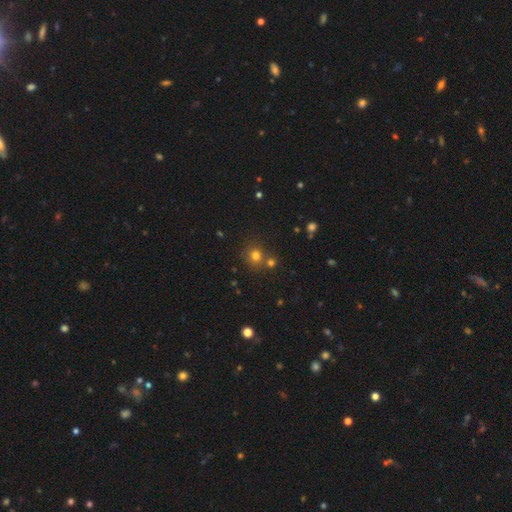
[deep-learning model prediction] A smooth galaxy with no disk features (73%) that is round (88%). Merging: none (69%).